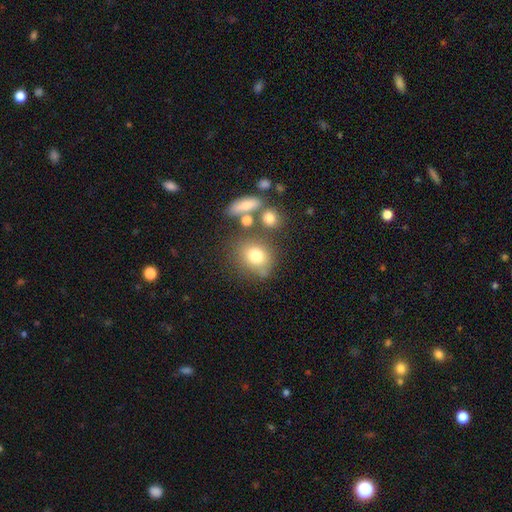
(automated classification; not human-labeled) A smooth galaxy with no disk features (76%) that is round (62%). Merging: none (62%).